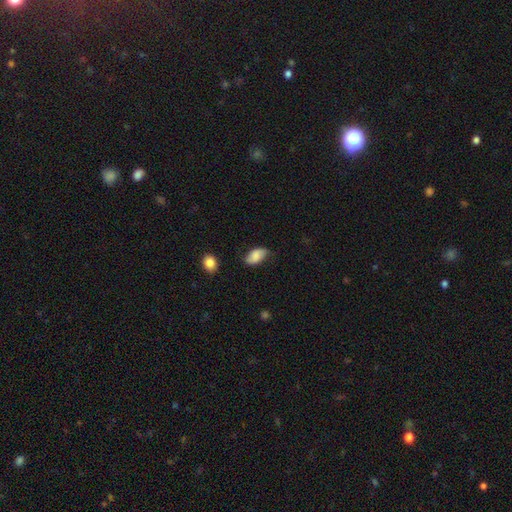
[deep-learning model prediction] A smooth galaxy with no disk features (81%) that is in between round and cigar-shaped (93%). Merging: none (64%).